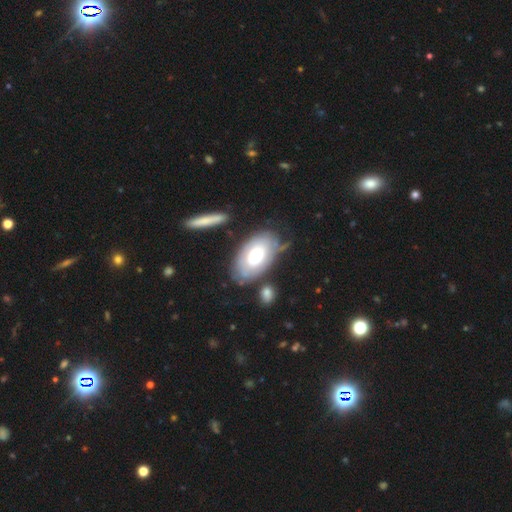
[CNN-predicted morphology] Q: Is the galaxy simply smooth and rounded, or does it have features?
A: smooth — 48%.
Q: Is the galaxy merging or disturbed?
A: none — 63%.